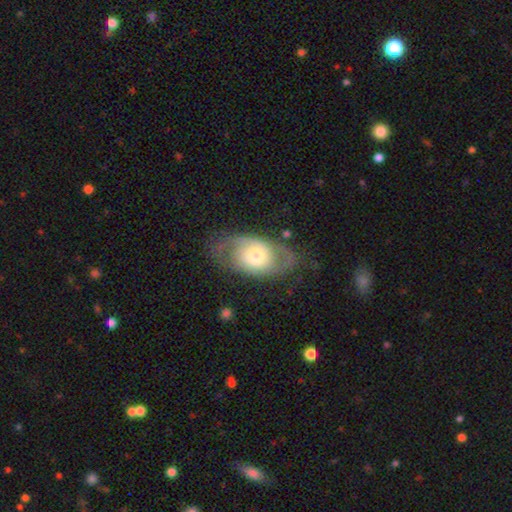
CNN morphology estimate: Smooth or featured: featured or disk — 61% (smooth — 33%)
Edge-on disk: no — 92% (yes — 8%)
Bar: no — 78% (weak — 18%)
Spiral arms: yes — 70% (no — 30%)
Bulge size: moderate — 57% (small — 22%)
Merging: none — 66% (minor disturbance — 20%)